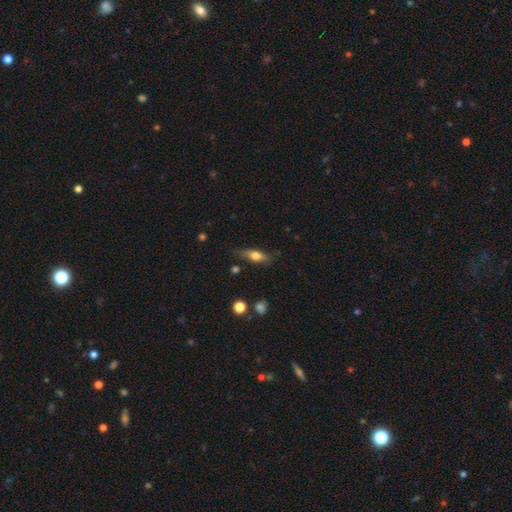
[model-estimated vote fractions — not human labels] Smooth or featured? smooth (62%)
How rounded? in between (54%)
Merging? none (74%)